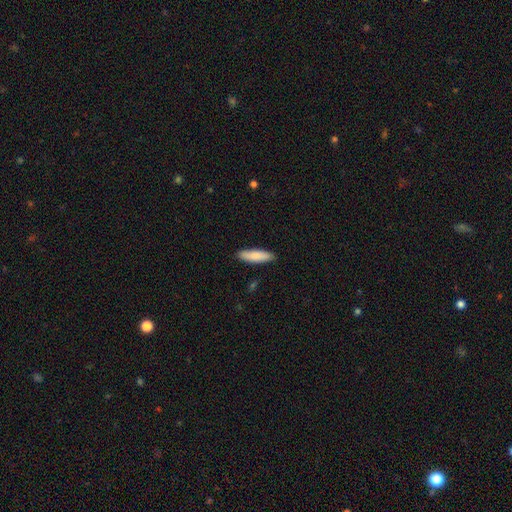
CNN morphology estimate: Smooth or featured: smooth — 88% (featured or disk — 7%)
How rounded: cigar-shaped — 65% (in between — 33%)
Merging: none — 90% (minor disturbance — 8%)